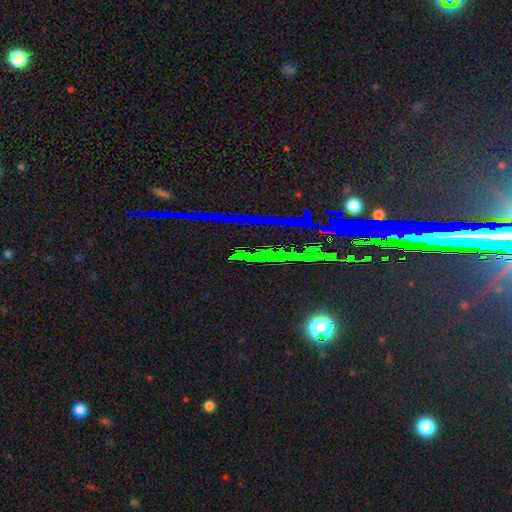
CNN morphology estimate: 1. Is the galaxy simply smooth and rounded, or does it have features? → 82% star or artifact, 10% featured or disk, 8% smooth.